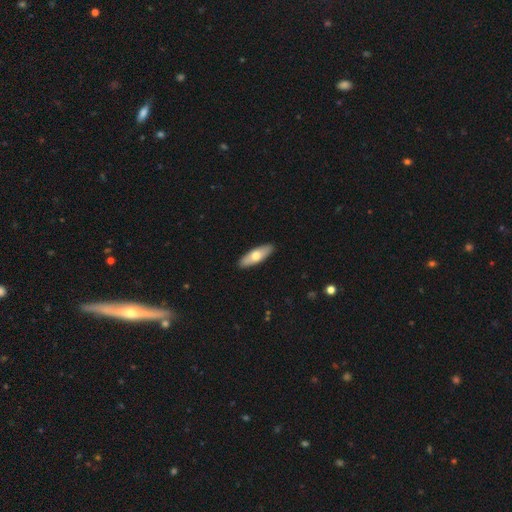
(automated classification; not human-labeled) Q: Smooth or featured?
A: smooth (64%); runner-up: featured or disk (31%)
Q: How rounded?
A: in between (58%); runner-up: cigar-shaped (40%)
Q: Merging?
A: none (91%); runner-up: minor disturbance (7%)